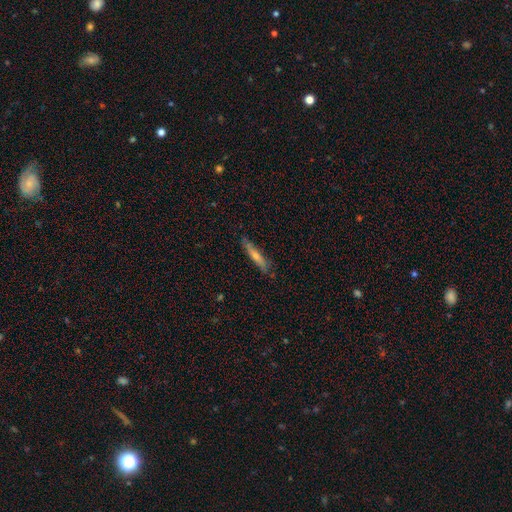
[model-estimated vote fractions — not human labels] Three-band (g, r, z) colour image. It shows a smooth galaxy with no disk features (48%). Merging: none (84%).